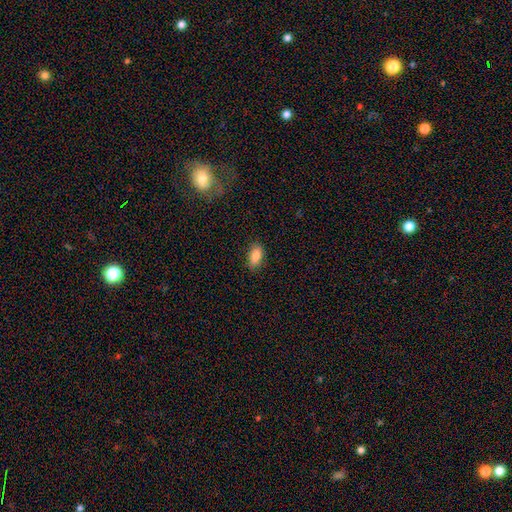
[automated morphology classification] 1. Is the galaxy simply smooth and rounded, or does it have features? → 86% smooth, 8% star or artifact, 7% featured or disk.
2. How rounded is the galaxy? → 88% in between, 8% cigar-shaped, 4% round.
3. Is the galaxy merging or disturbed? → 84% none, 12% minor disturbance, 3% major disturbance, 1% merger.